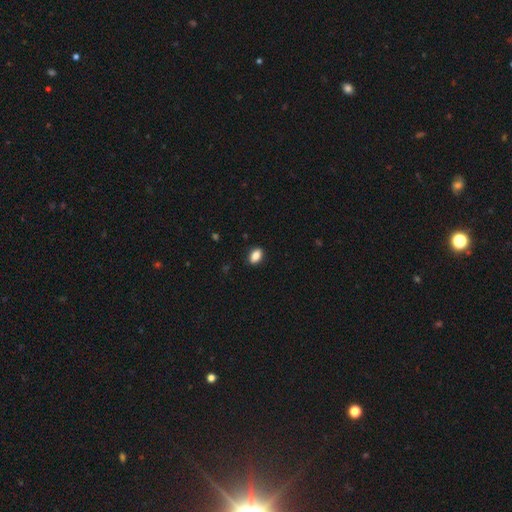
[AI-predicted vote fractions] Smooth or featured: smooth — 86% (star or artifact — 8%)
How rounded: in between — 87% (round — 10%)
Merging: none — 89% (minor disturbance — 9%)